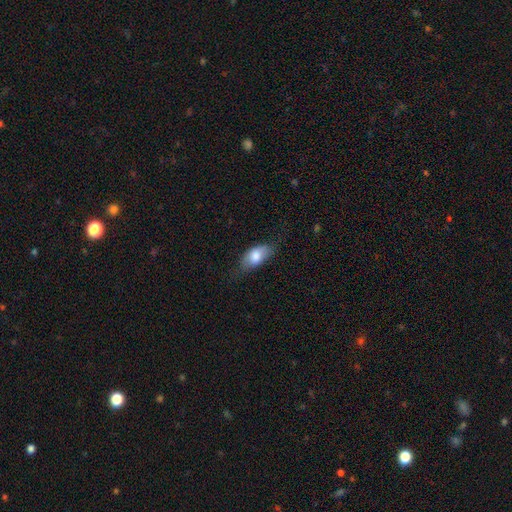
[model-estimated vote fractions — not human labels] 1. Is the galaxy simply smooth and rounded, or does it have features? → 78% smooth, 16% featured or disk, 7% star or artifact.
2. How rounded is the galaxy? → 89% in between, 6% cigar-shaped, 5% round.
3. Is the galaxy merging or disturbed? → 63% none, 28% minor disturbance, 8% major disturbance, 1% merger.